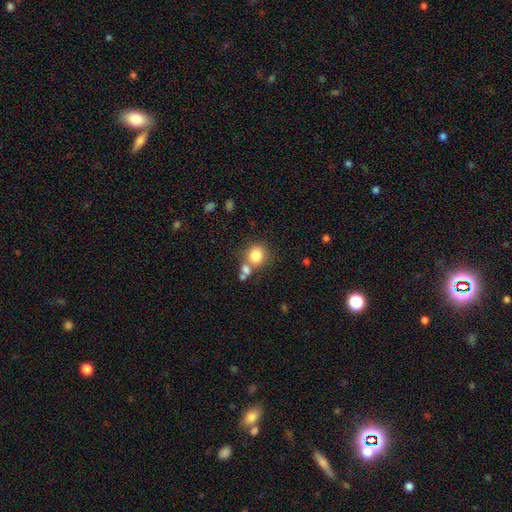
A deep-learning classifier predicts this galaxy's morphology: Smooth or featured: smooth — 81% (star or artifact — 10%)
How rounded: round — 77% (in between — 22%)
Merging: none — 56% (merger — 28%)